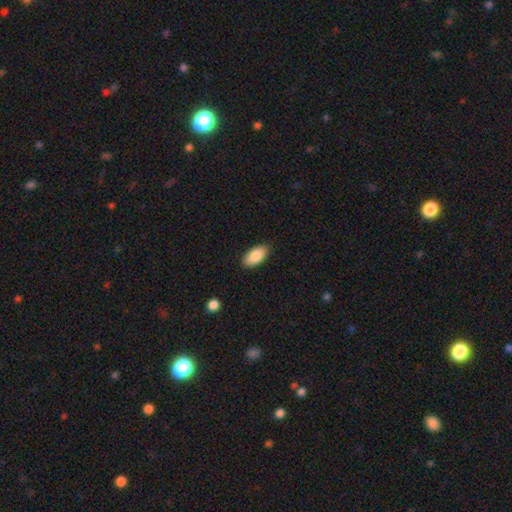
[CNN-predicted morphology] Smooth or featured?
  - smooth: 86% *
  - featured or disk: 7%
  - star or artifact: 7%
How rounded?
  - in between: 94% *
  - cigar-shaped: 4%
  - round: 3%
Merging?
  - none: 88% *
  - minor disturbance: 9%
  - major disturbance: 2%
  - merger: 1%